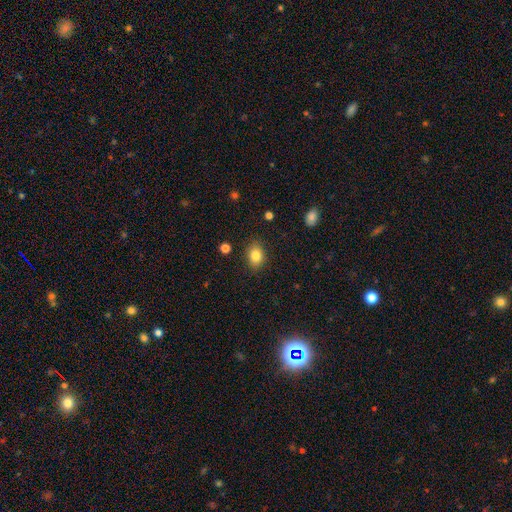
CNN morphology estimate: smooth-or-featured: smooth: 84% | star or artifact: 9% | featured or disk: 7%
  how-rounded: in between: 68% | round: 31% | cigar-shaped: 1%
  merging: none: 86% | minor disturbance: 10% | major disturbance: 3% | merger: 1%